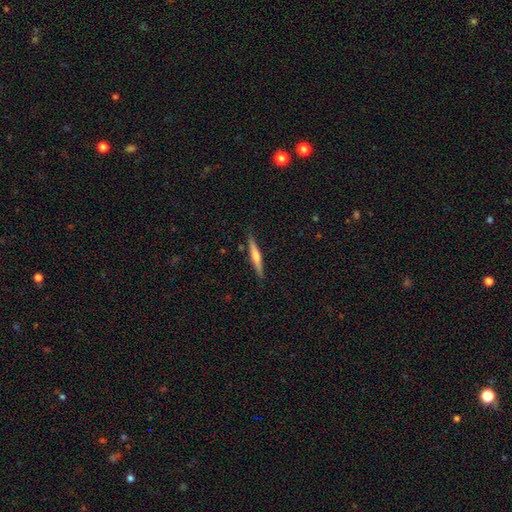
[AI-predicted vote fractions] The model was most divided on "smooth or featured": featured or disk: 54%, smooth: 40%, star or artifact: 6%. More confident: edge-on disk — yes (97%); merging — none (88%); edge-on bulge — rounded (76%).